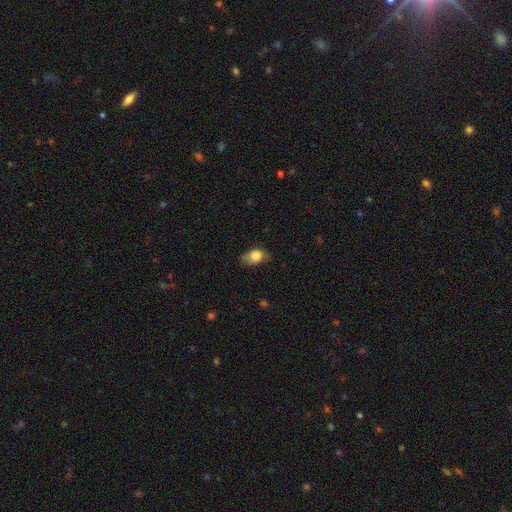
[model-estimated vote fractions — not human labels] Smooth or featured?
  - smooth: 80% *
  - featured or disk: 12%
  - star or artifact: 8%
How rounded?
  - in between: 72% *
  - round: 27%
  - cigar-shaped: 2%
Merging?
  - none: 47% *
  - minor disturbance: 36%
  - major disturbance: 15%
  - merger: 2%